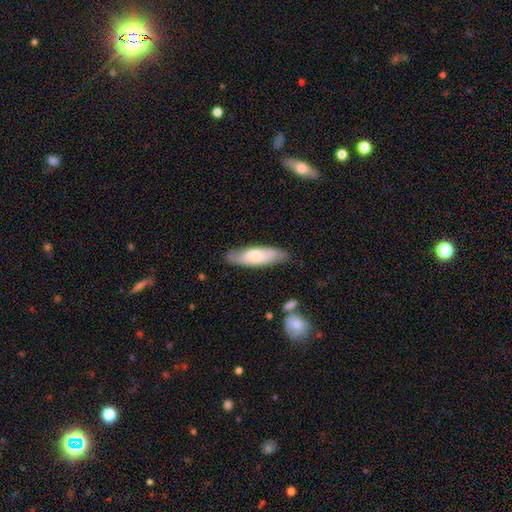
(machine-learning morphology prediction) Smooth or featured? Predicted: smooth (p=0.57). How rounded? Predicted: in between (p=0.54). Merging? Predicted: none (p=0.78).